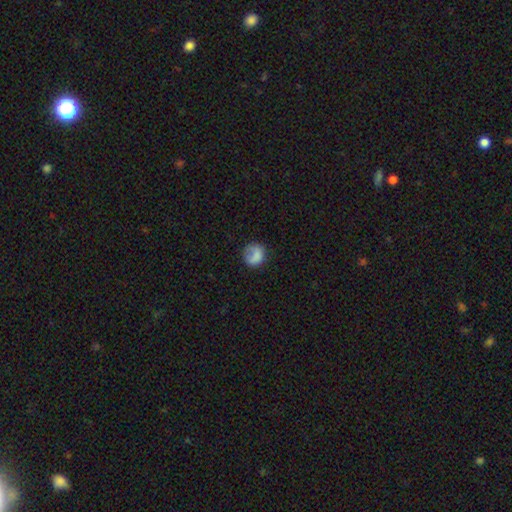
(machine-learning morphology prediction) Smooth or featured: smooth — 78% (featured or disk — 13%)
How rounded: round — 80% (in between — 19%)
Merging: none — 60% (minor disturbance — 23%)